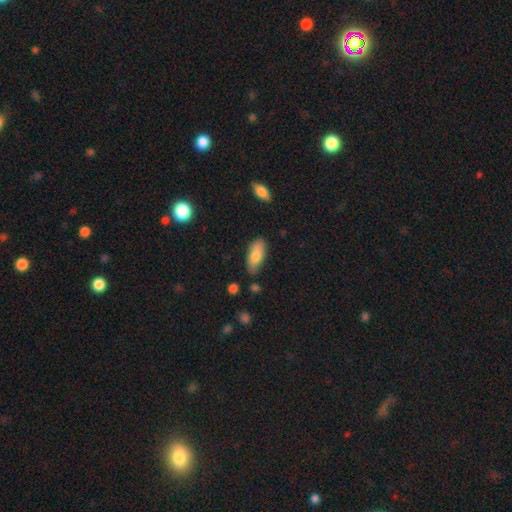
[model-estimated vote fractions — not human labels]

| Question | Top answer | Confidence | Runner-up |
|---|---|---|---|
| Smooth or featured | smooth | 80% | featured or disk (14%) |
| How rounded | in between | 85% | cigar-shaped (13%) |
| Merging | none | 78% | minor disturbance (16%) |